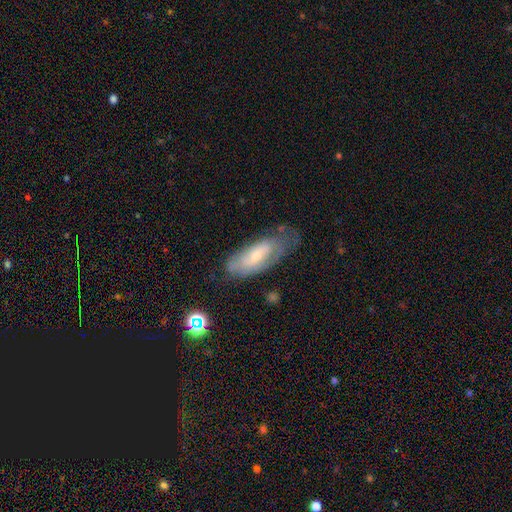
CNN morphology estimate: This appears to be a featured or disk galaxy (49%). Merging: none (46%).